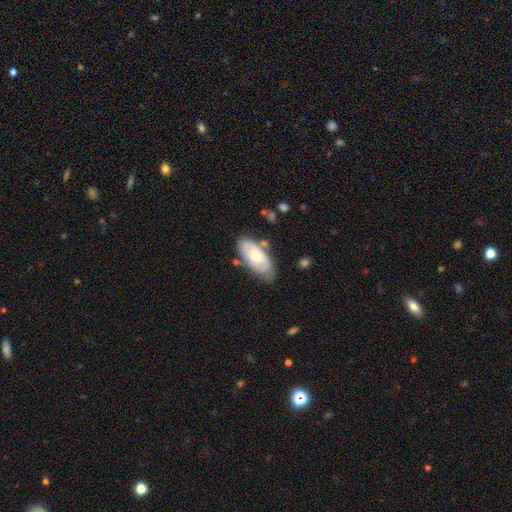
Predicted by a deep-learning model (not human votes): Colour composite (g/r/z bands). It shows a smooth galaxy with no disk features (56%) that is in between round and cigar-shaped (90%). Merging: none (61%).